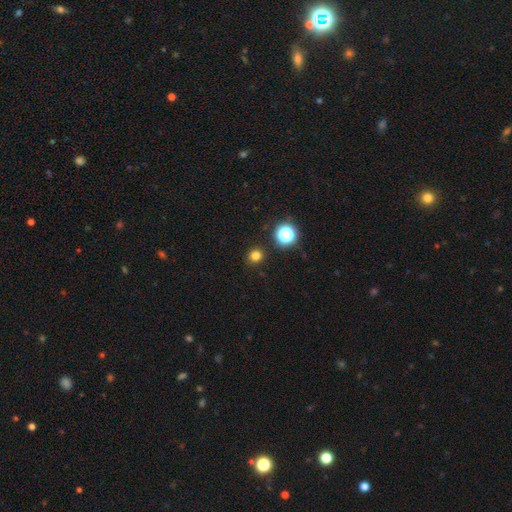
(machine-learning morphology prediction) The model was most divided on "smooth or featured": smooth: 77%, star or artifact: 18%, featured or disk: 4%. More confident: merging — none (91%); how rounded — round (90%).